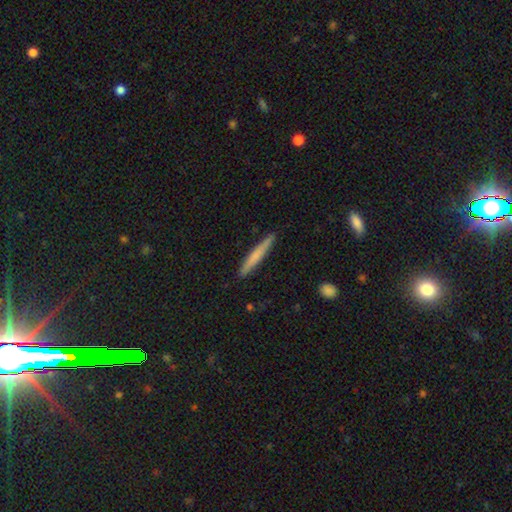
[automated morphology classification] Smooth or featured? Predicted: smooth (p=0.62). How rounded? Predicted: cigar-shaped (p=0.96). Merging? Predicted: none (p=0.89).